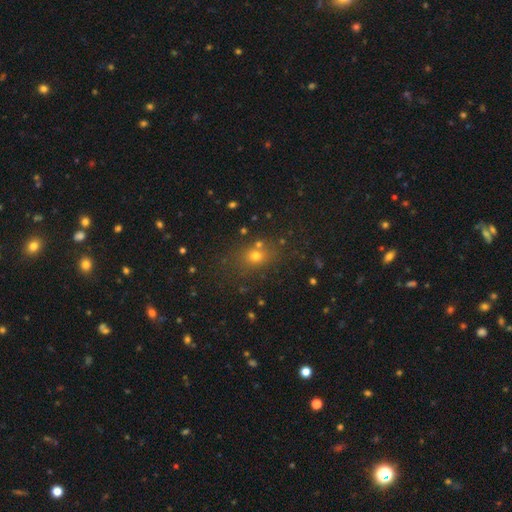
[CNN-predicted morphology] Smooth or featured: smooth — 66% (star or artifact — 23%)
How rounded: round — 61% (in between — 37%)
Merging: none — 74% (minor disturbance — 12%)